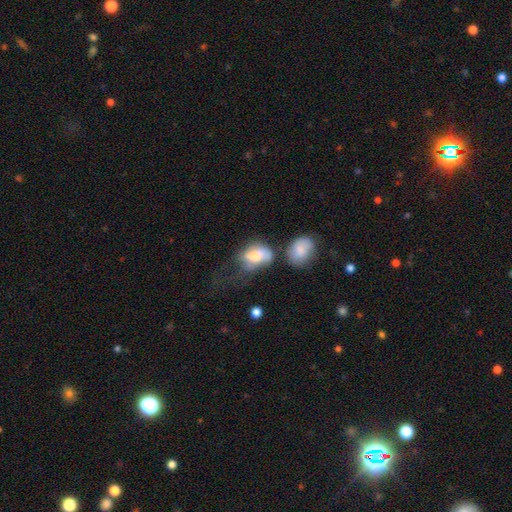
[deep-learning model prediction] Overall: smooth (63%; featured or disk 29%). How rounded: in between (77%). Merging: major disturbance (33%; none 25%).